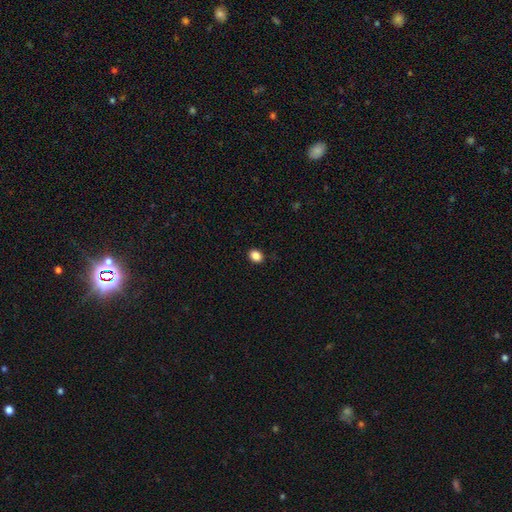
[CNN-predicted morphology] smooth 86%, star or artifact 10%, featured or disk 3%. Down the decision tree: how rounded — in between (56%); merging — none (90%).